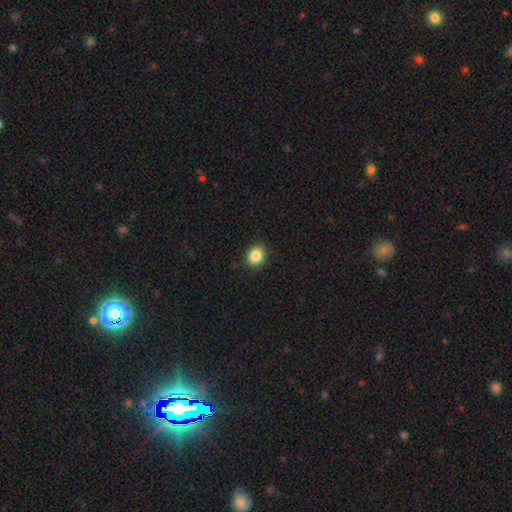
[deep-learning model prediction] This is clearly a smooth galaxy (86%). How rounded: possibly round (58%). Merging: clearly none (87%).